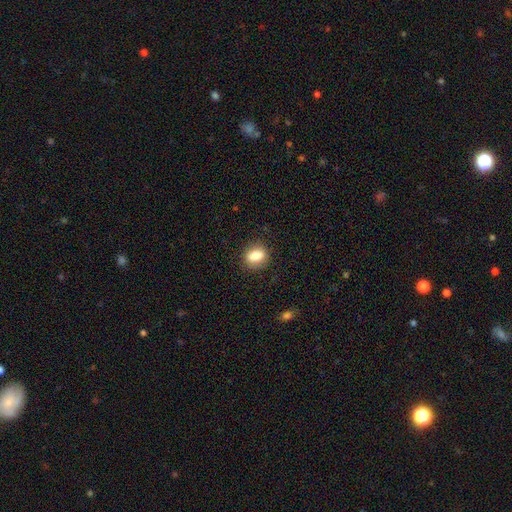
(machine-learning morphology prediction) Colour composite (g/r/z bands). It shows a smooth galaxy with no disk features (83%) that is in between round and cigar-shaped (63%). Merging: none (83%).